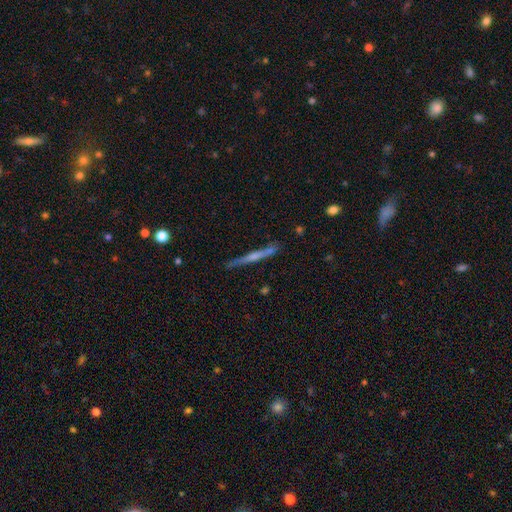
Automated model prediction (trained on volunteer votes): Smooth or featured? featured or disk (67%)
Edge-on disk? yes (97%)
Edge-on bulge? rounded (53%)
Merging? none (82%)